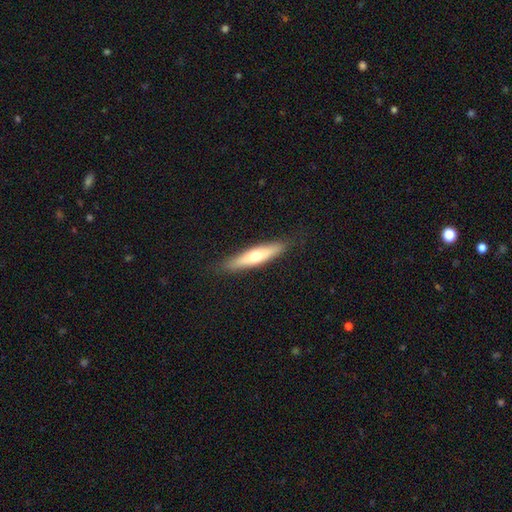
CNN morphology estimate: type=smooth (53%); roundness=cigar-shaped (77%); merging=none (88%).